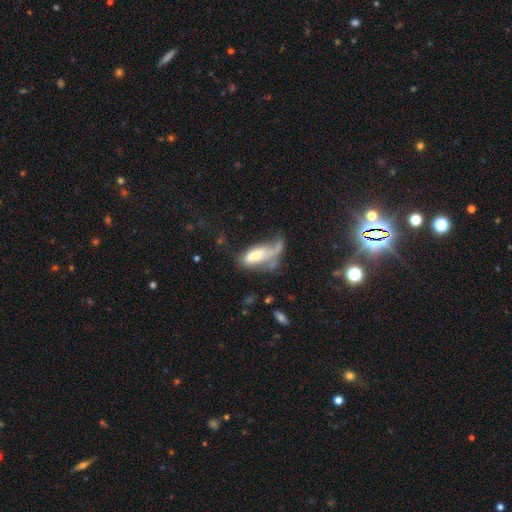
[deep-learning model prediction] Q: Smooth or featured?
A: smooth (57%); runner-up: featured or disk (35%)
Q: How rounded?
A: in between (80%); runner-up: cigar-shaped (16%)
Q: Merging?
A: major disturbance (43%); runner-up: merger (19%)